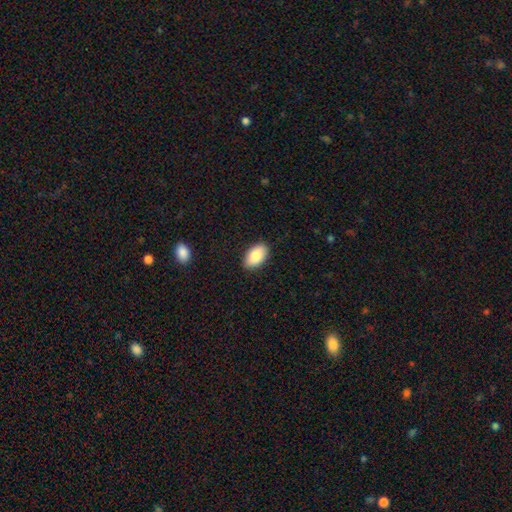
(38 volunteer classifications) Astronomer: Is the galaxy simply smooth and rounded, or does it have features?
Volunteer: smooth — 92%.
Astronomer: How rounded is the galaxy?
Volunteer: in between — 91%.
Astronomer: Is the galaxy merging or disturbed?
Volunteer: none — 87%.